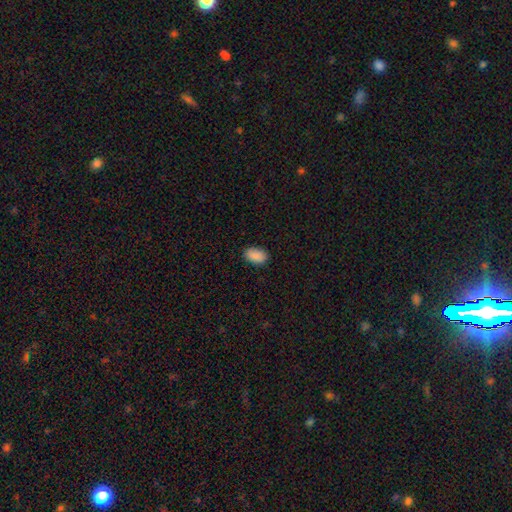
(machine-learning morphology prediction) This appears to be a smooth galaxy with no disk features (90%) that is in between round and cigar-shaped (91%). Merging: none (88%).